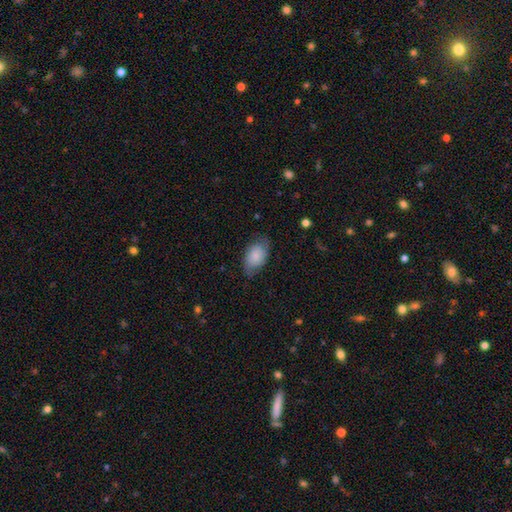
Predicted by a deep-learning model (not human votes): This is likely a smooth galaxy (76%). How rounded: clearly in between (91%). Merging: likely none (69%).